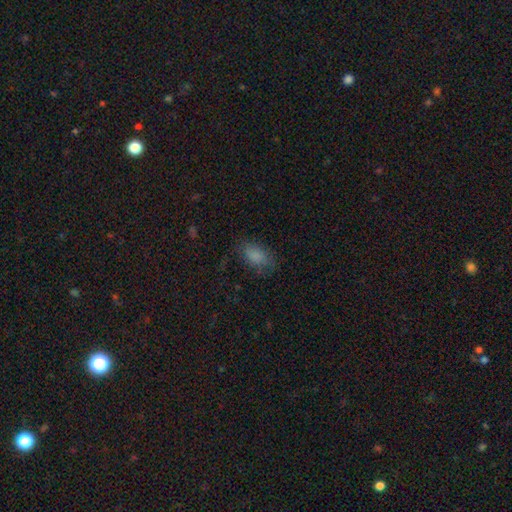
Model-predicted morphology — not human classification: A smooth galaxy with no disk features (81%) that is in between round and cigar-shaped (89%). Merging: none (66%).